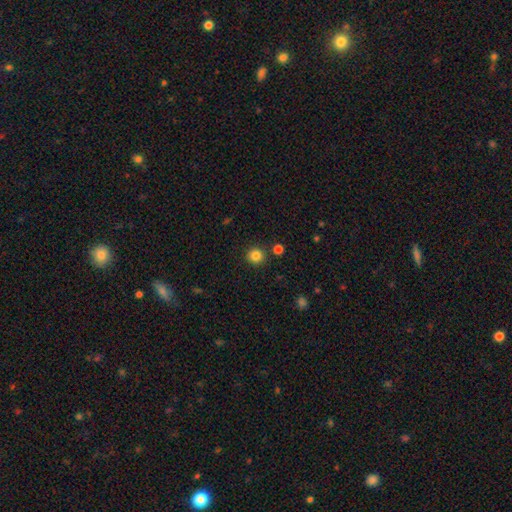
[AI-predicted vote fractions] The model was most divided on "smooth or featured": smooth: 84%, star or artifact: 12%, featured or disk: 4%. More confident: how rounded — round (93%); merging — none (89%).